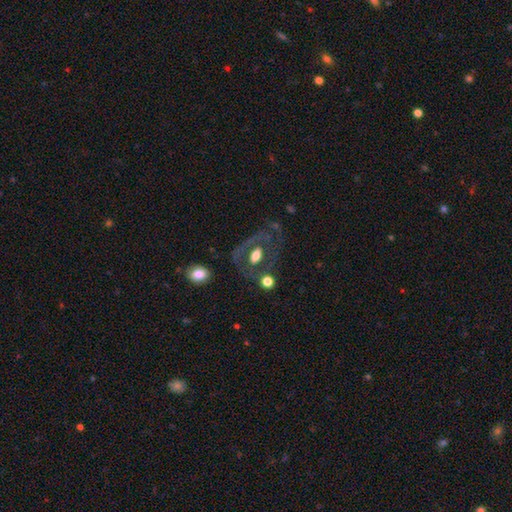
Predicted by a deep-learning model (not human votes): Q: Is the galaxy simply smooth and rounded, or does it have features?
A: featured or disk — 47%.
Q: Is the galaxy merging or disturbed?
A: none — 60%.